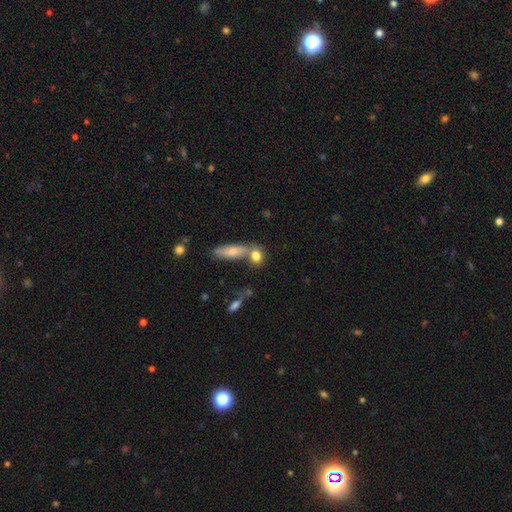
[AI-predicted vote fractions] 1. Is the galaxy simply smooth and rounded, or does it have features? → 79% smooth, 12% featured or disk, 9% star or artifact.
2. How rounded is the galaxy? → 45% round, 44% in between, 11% cigar-shaped.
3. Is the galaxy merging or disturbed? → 50% none, 35% merger, 11% minor disturbance, 4% major disturbance.